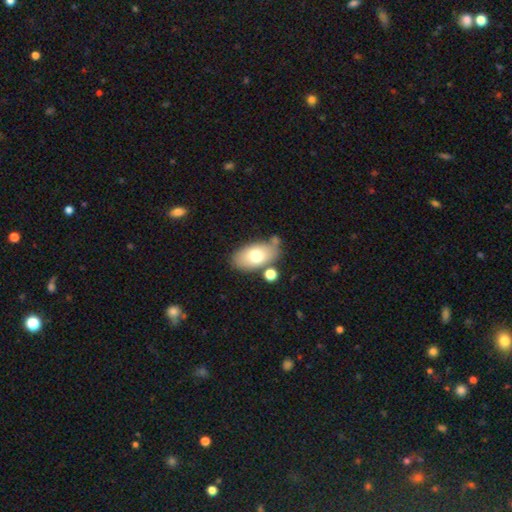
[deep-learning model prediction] Smooth or featured? smooth (72%)
How rounded? in between (93%)
Merging? none (67%)